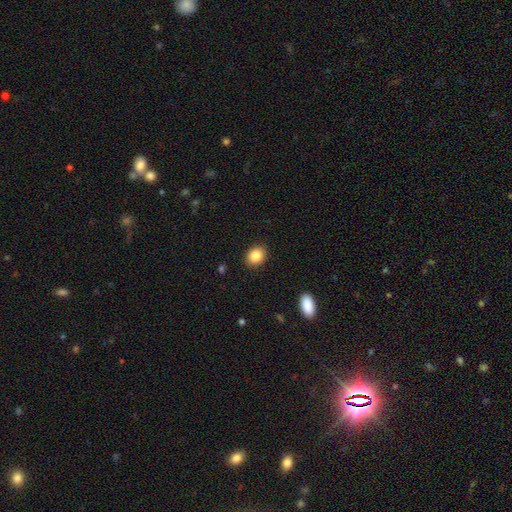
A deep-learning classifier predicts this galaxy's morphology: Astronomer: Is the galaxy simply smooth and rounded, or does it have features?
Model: smooth — 85%.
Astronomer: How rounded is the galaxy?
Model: round — 55% (runner-up: in between, 44%).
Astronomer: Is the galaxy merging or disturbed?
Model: none — 90%.